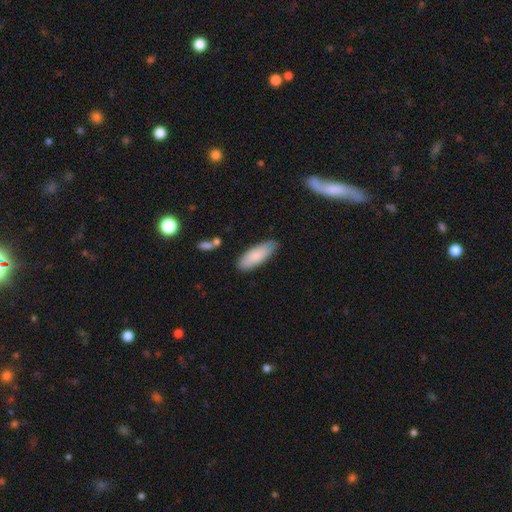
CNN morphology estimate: This is clearly a smooth galaxy (83%). How rounded: likely in between (69%). Merging: likely none (75%).